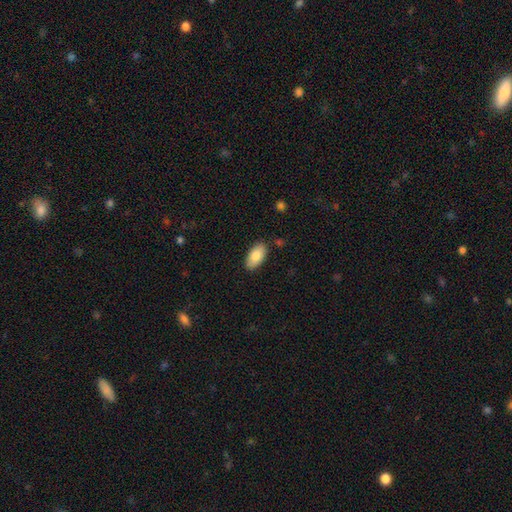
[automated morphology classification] type=smooth (82%); roundness=in between (94%); merging=none (86%).